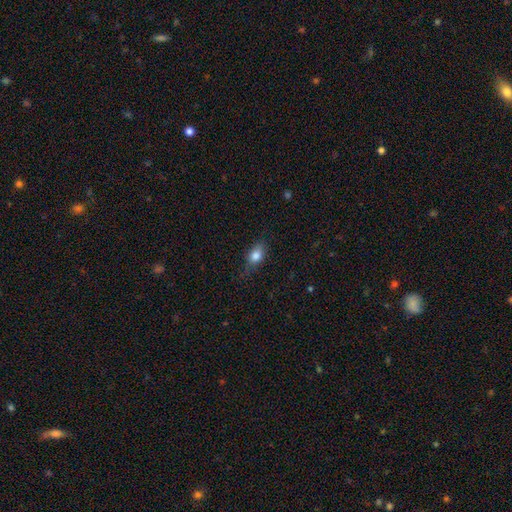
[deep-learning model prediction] A smooth galaxy with no disk features (80%) that is in between round and cigar-shaped (77%). Merging: none (65%).